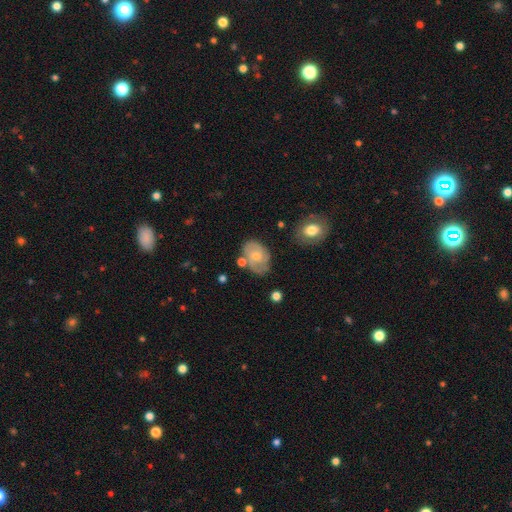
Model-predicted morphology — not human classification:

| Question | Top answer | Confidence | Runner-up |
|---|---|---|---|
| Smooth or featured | featured or disk | 56% | smooth (37%) |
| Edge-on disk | no | 96% | yes (4%) |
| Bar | no | 71% | weak (26%) |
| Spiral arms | yes | 78% | no (22%) |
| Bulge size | small | 58% | moderate (35%) |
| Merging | none | 59% | minor disturbance (24%) |